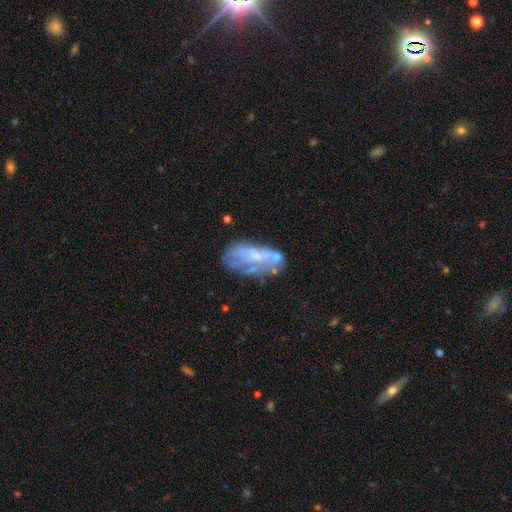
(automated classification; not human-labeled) This appears to be a featured or disk galaxy (59%) with no bar (76%), no spiral arms (78%) and a small central bulge (42%). Merging: none (44%).